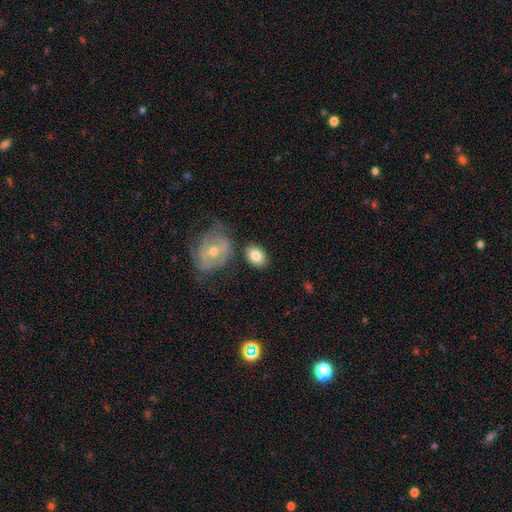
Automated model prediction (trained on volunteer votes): Overall: smooth (78%). How rounded: in between (73%). Merging: none (71%).